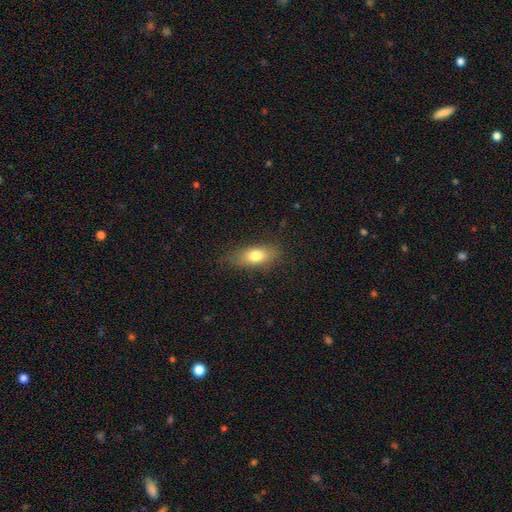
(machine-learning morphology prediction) type=smooth (76%); roundness=in between (78%); merging=none (77%).